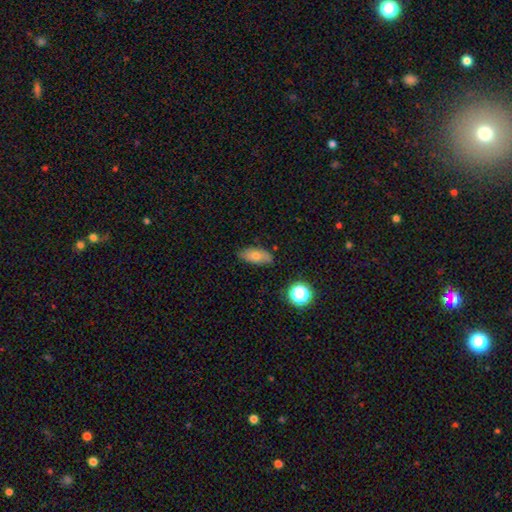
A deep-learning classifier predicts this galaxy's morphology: A smooth galaxy with no disk features (71%) that is in between round and cigar-shaped (79%).

Vote fractions:
- Smooth or featured? smooth: 71% / featured or disk: 18% / star or artifact: 11%
- How rounded? in between: 79% / cigar-shaped: 15% / round: 6%
- Merging? none: 83% / minor disturbance: 13% / major disturbance: 2% / merger: 2%